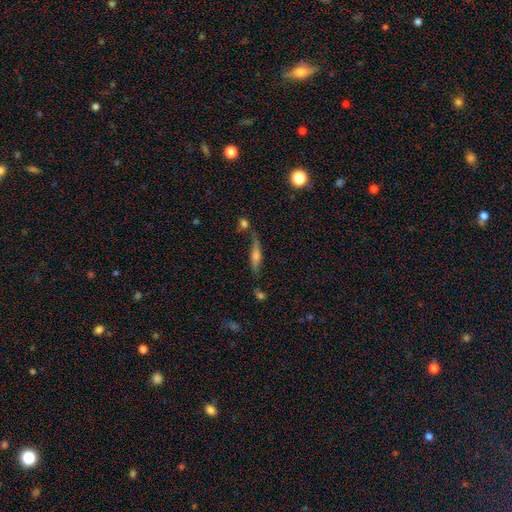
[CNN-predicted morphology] Overall: featured or disk (54%; smooth 36%). Edge-on disk: yes (85%). Merging: none (62%).